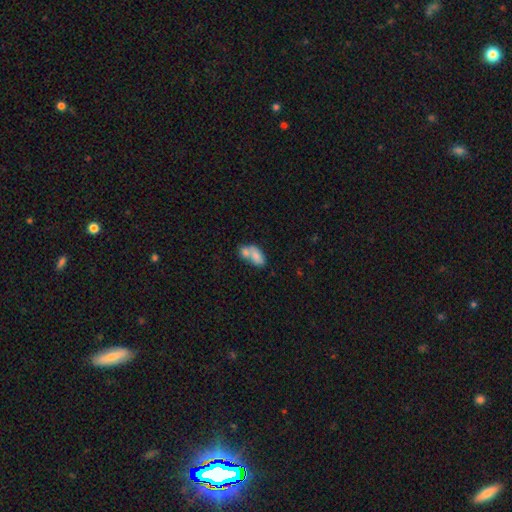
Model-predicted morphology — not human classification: type=smooth (70%); roundness=in between (88%); merging=merger (63%).